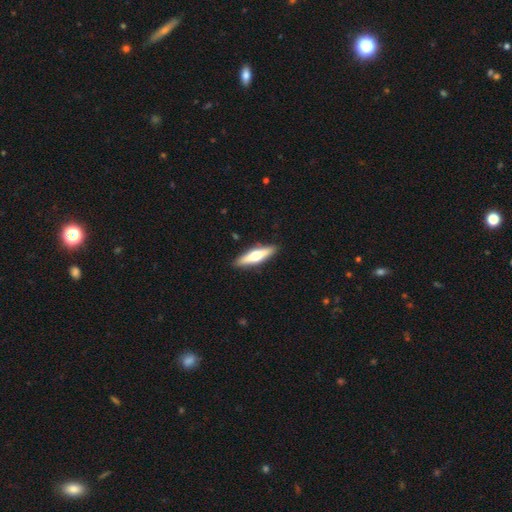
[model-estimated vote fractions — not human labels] Q: Smooth or featured?
A: featured or disk (55%); runner-up: smooth (40%)
Q: Edge-on disk?
A: yes (93%); runner-up: no (7%)
Q: Edge-on bulge?
A: rounded (95%); runner-up: boxy (3%)
Q: Merging?
A: none (90%); runner-up: minor disturbance (7%)